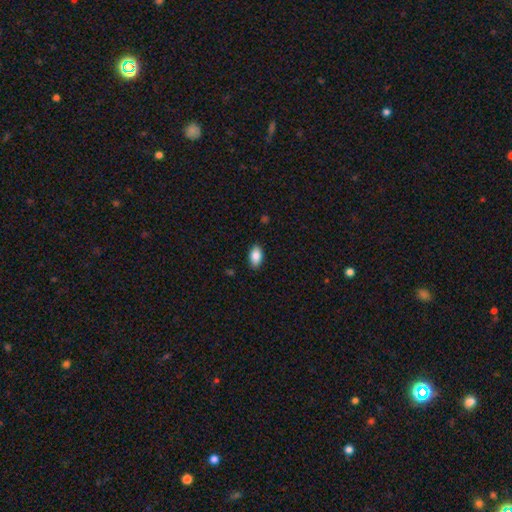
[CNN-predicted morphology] Smooth or featured?
  - smooth: 87% *
  - star or artifact: 7%
  - featured or disk: 6%
How rounded?
  - in between: 93% *
  - round: 5%
  - cigar-shaped: 2%
Merging?
  - none: 87% *
  - minor disturbance: 10%
  - major disturbance: 2%
  - merger: 1%